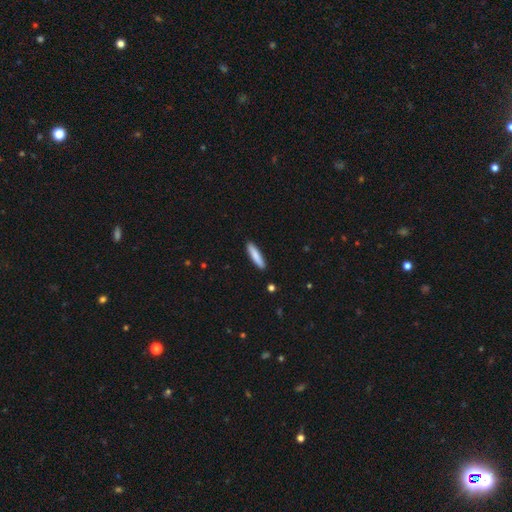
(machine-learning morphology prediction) The model was most divided on "smooth or featured": smooth: 84%, featured or disk: 11%, star or artifact: 5%. More confident: merging — none (91%); how rounded — cigar-shaped (86%).